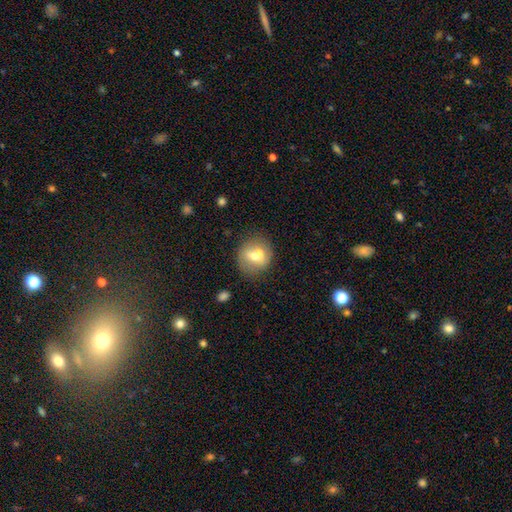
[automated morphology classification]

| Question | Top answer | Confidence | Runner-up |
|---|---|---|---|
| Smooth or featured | smooth | 61% | featured or disk (31%) |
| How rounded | round | 85% | in between (14%) |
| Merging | none | 58% | merger (27%) |